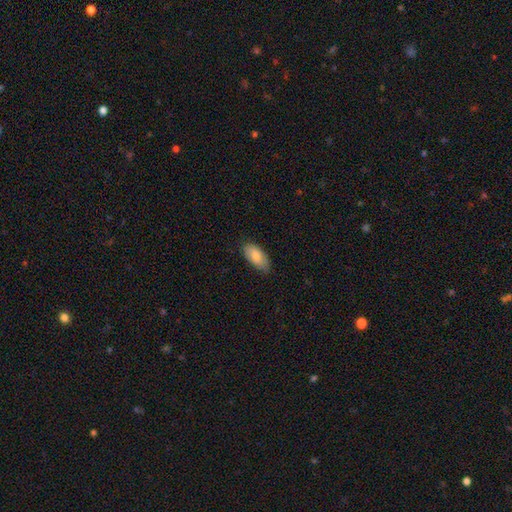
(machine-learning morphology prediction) This is clearly a smooth galaxy (84%). How rounded: clearly in between (92%). Merging: likely none (71%).